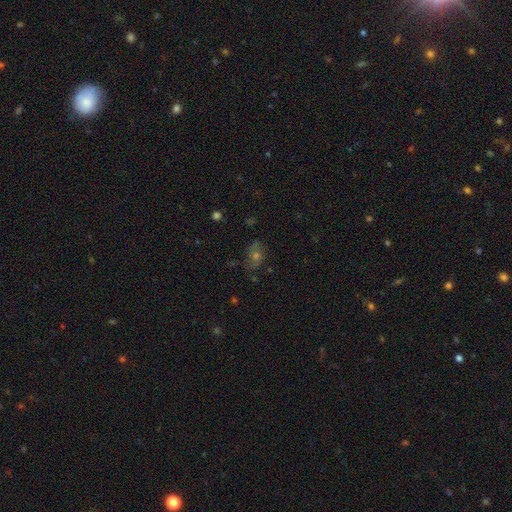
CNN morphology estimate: The model was most divided on "smooth or featured": smooth: 37%, featured or disk: 34%, star or artifact: 30%. More confident: merging — none (74%).